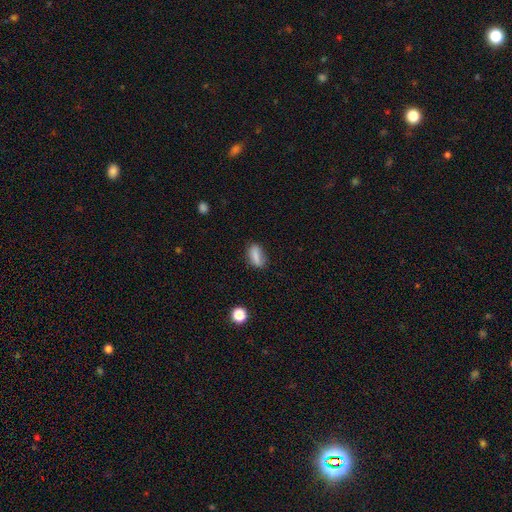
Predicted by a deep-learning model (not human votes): Overall: smooth (80%). How rounded: in between (74%). Merging: none (72%).